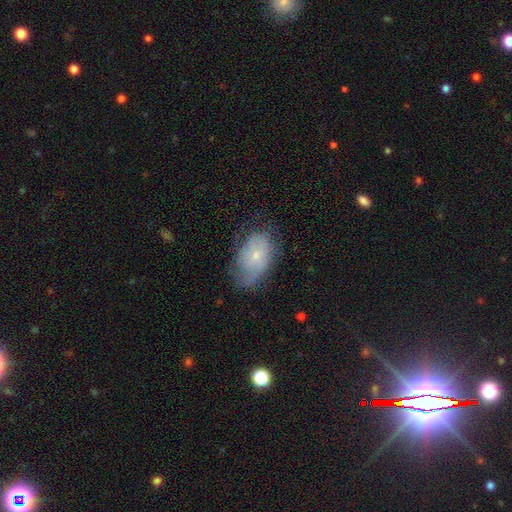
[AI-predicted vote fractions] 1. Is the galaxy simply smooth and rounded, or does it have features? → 48% featured or disk, 44% smooth, 8% star or artifact.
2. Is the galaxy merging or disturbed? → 56% none, 30% minor disturbance, 13% major disturbance, 1% merger.